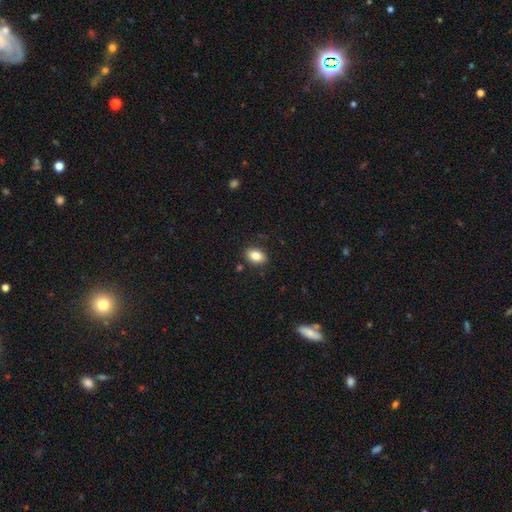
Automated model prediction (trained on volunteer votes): Overall: smooth (84%). How rounded: in between (85%). Merging: none (86%).